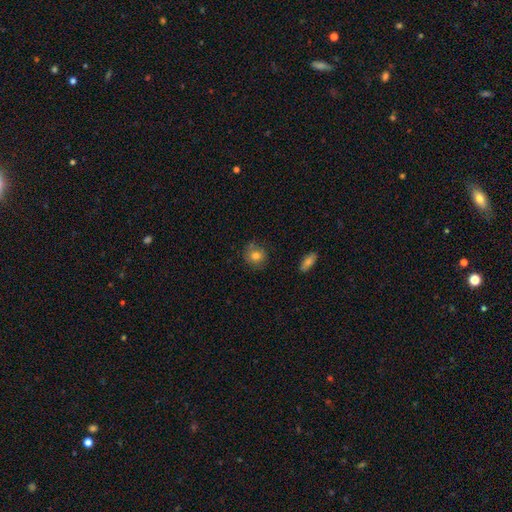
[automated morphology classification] Smooth or featured: smooth — 79% (featured or disk — 12%)
How rounded: round — 84% (in between — 15%)
Merging: none — 77% (minor disturbance — 15%)